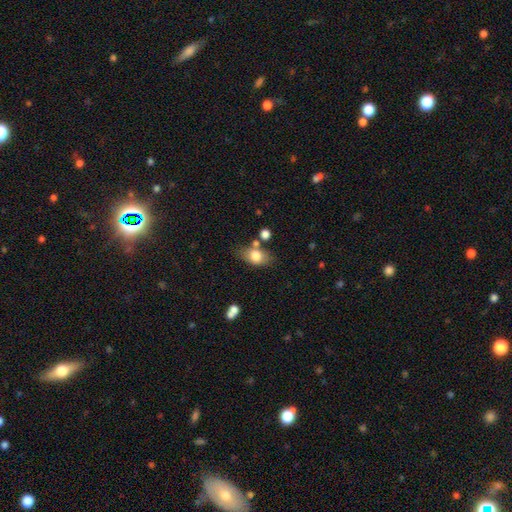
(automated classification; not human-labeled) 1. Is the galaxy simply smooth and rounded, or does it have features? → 76% smooth, 16% featured or disk, 8% star or artifact.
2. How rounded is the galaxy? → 82% in between, 15% round, 3% cigar-shaped.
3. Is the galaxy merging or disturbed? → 65% none, 18% minor disturbance, 12% merger, 5% major disturbance.